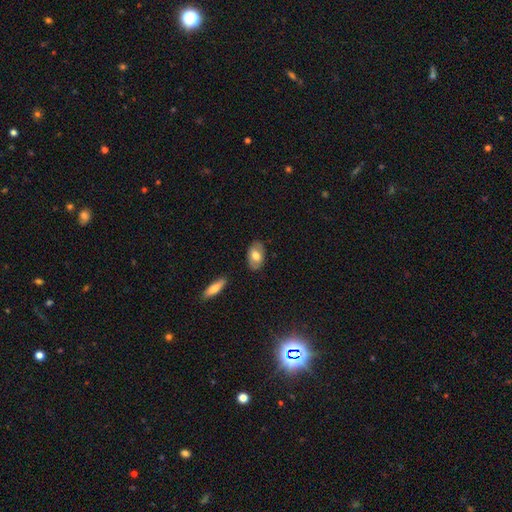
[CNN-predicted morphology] Smooth or featured?
  - smooth: 65% *
  - featured or disk: 29%
  - star or artifact: 6%
How rounded?
  - in between: 91% *
  - round: 7%
  - cigar-shaped: 2%
Merging?
  - none: 84% *
  - minor disturbance: 12%
  - major disturbance: 2%
  - merger: 2%